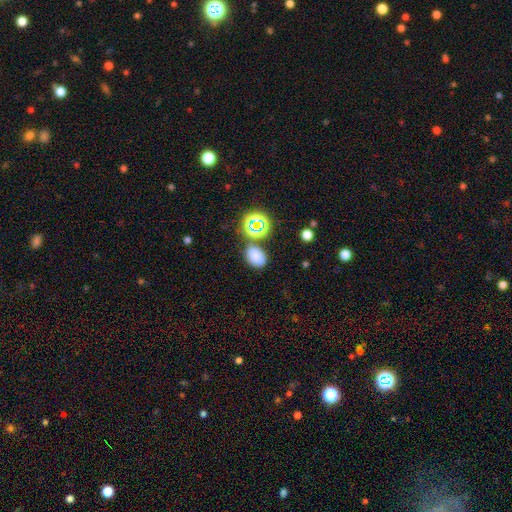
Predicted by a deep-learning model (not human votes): This appears to be a smooth galaxy with no disk features (74%) that is in between round and cigar-shaped (70%). Merging: none (72%).